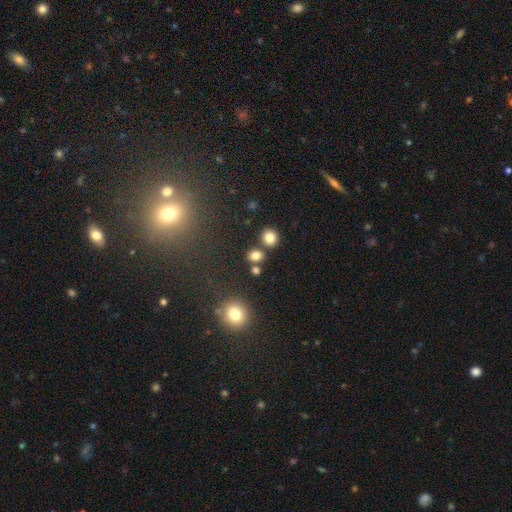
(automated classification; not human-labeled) This appears to be a smooth galaxy with no disk features (81%) that is round (65%). Merging: none (72%).